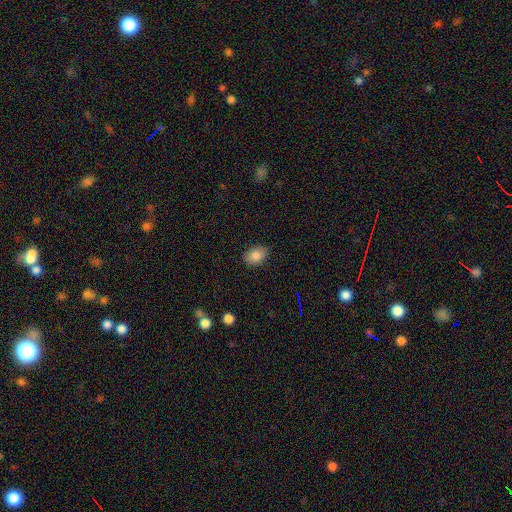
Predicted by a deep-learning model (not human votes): A smooth galaxy with no disk features (84%) that is in between round and cigar-shaped (81%). Merging: none (84%).